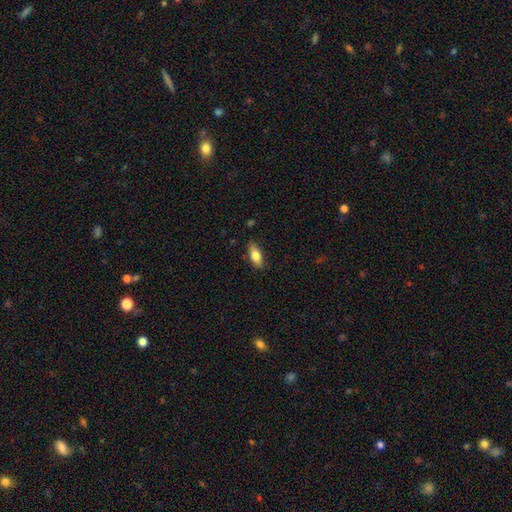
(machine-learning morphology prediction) A smooth galaxy with no disk features (76%) that is in between round and cigar-shaped (77%).

Vote fractions:
- Smooth or featured? smooth: 76% / featured or disk: 18% / star or artifact: 7%
- How rounded? in between: 77% / cigar-shaped: 20% / round: 3%
- Merging? none: 85% / minor disturbance: 12% / major disturbance: 2% / merger: 1%